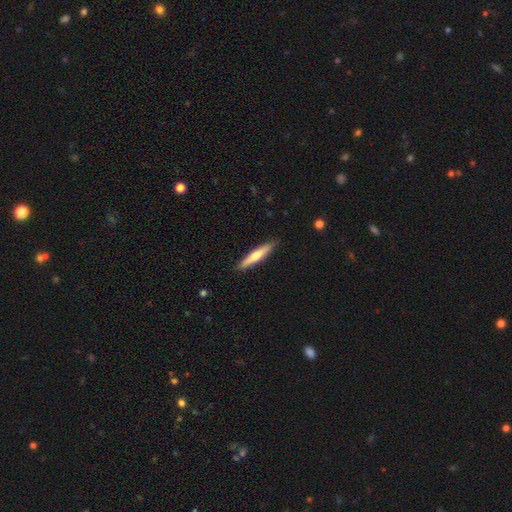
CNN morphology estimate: A smooth galaxy with no disk features (54%) that is cigar-shaped (91%). Merging: none (90%).